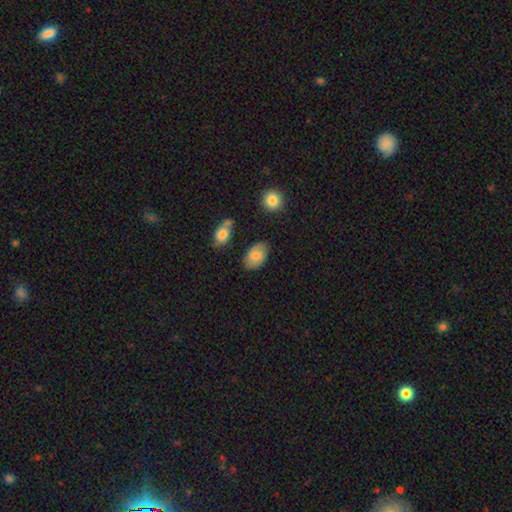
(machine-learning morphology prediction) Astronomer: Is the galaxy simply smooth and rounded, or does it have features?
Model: smooth — 70%.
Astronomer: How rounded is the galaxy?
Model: in between — 89%.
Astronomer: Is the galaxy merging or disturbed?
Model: none — 72%.